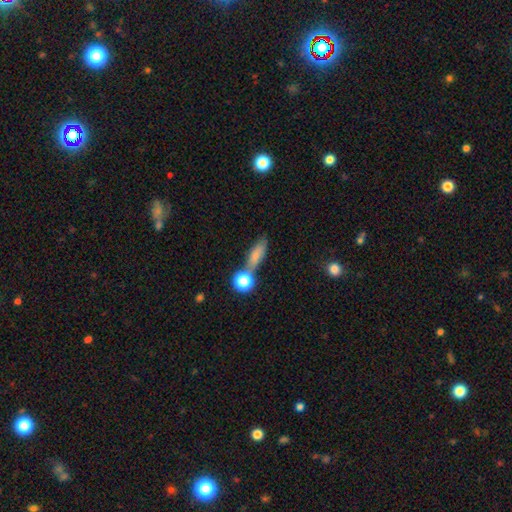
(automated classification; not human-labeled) A smooth galaxy with no disk features (73%) that is in between round and cigar-shaped (46%).

Vote fractions:
- Smooth or featured? smooth: 73% / featured or disk: 14% / star or artifact: 13%
- How rounded? in between: 46% / cigar-shaped: 41% / round: 13%
- Merging? none: 53% / merger: 24% / minor disturbance: 16% / major disturbance: 7%